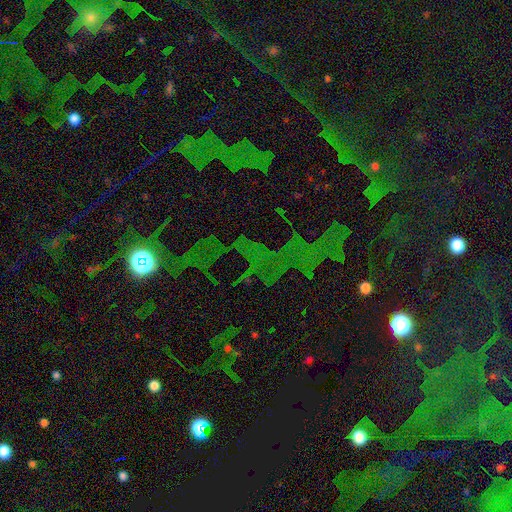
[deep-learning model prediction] Overall: star or artifact (75%).